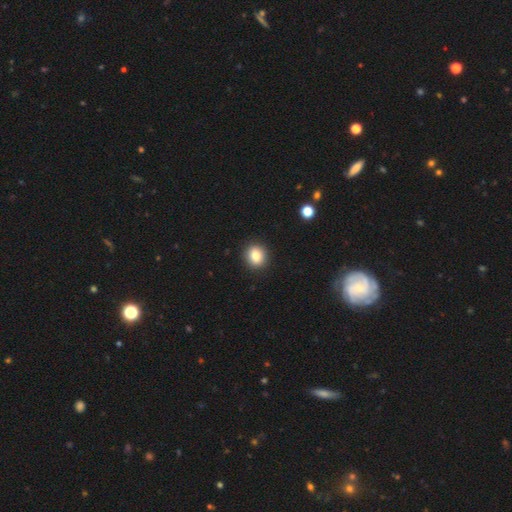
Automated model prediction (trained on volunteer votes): Morphology: type=smooth (84%); roundness=round (77%); merging=none (92%).